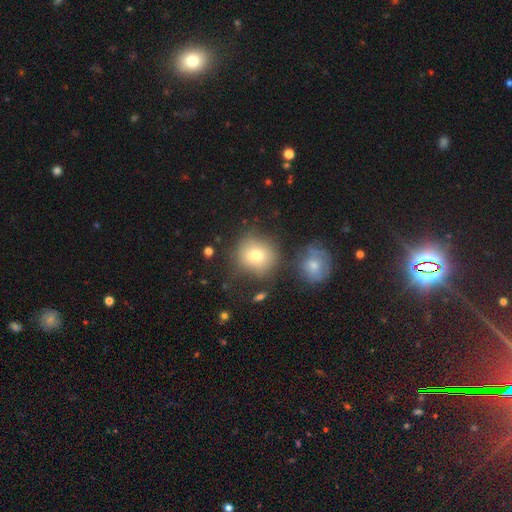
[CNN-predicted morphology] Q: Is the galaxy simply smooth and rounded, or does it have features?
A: smooth — 74%.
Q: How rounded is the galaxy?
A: round — 86%.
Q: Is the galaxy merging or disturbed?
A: none — 69%.